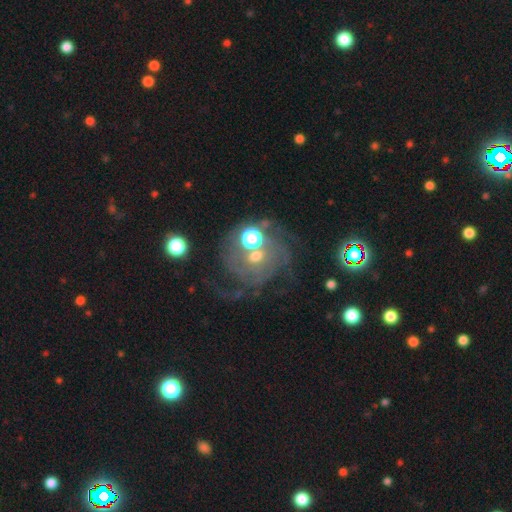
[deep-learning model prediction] This appears to be a featured or disk galaxy (56%) with no bar (77%), spiral arms (59%) and a moderate central bulge (46%). Merging: none (34%).